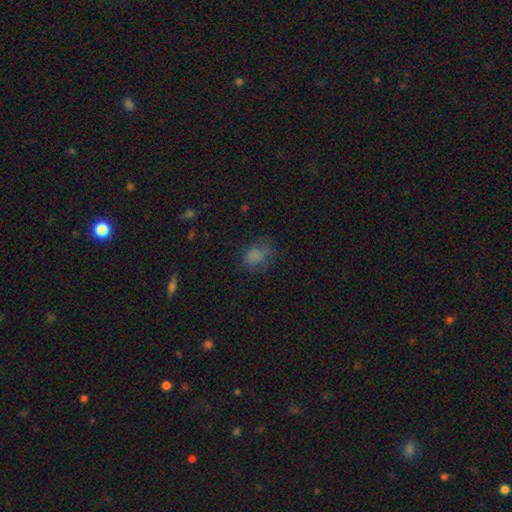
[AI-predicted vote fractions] Overall: smooth (75%). How rounded: in between (60%; round 39%). Merging: none (59%; minor disturbance 24%).